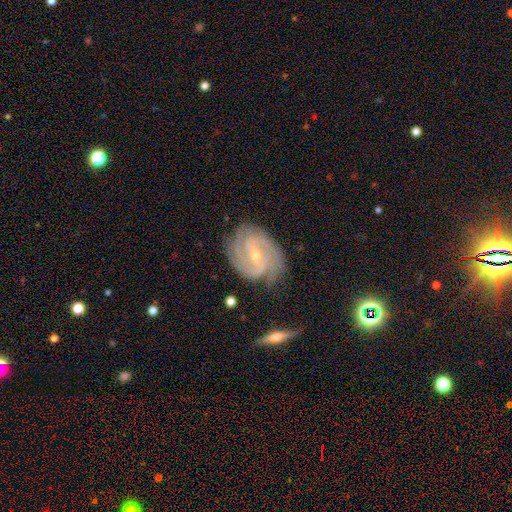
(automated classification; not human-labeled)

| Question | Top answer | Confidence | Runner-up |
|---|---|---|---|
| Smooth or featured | featured or disk | 89% | smooth (6%) |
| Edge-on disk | no | 97% | yes (3%) |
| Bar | weak | 49% | no (27%) |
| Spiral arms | yes | 98% | no (2%) |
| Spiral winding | tight | 60% | medium (34%) |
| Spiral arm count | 3 | 31% | 2 (28%) |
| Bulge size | small | 68% | moderate (29%) |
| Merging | none | 76% | minor disturbance (18%) |